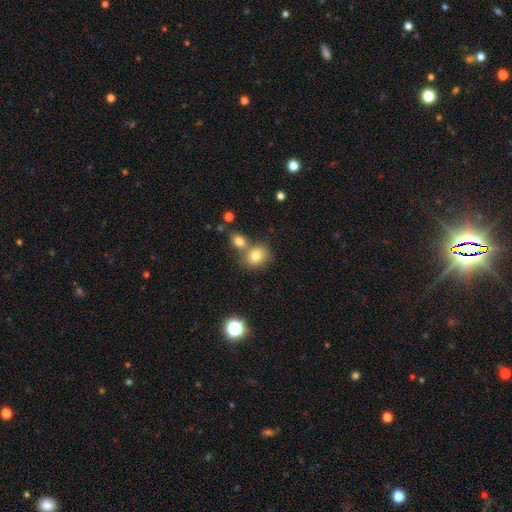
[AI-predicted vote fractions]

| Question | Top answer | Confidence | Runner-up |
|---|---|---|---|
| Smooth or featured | smooth | 78% | star or artifact (11%) |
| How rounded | round | 61% | in between (38%) |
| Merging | none | 50% | merger (37%) |